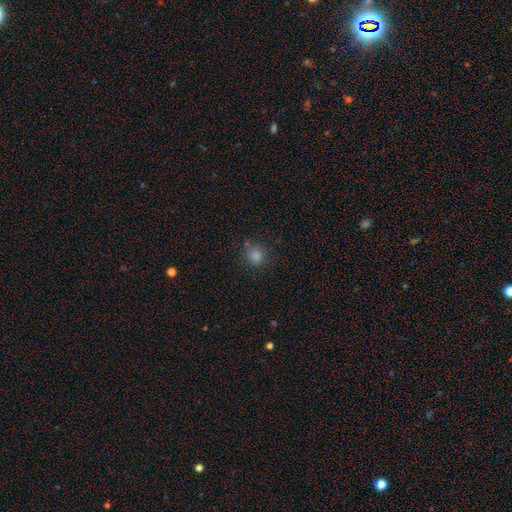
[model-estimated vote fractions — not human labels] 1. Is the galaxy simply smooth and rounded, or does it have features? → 78% smooth, 18% star or artifact, 5% featured or disk.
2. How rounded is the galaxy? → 91% round, 8% in between, 1% cigar-shaped.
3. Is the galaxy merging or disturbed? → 82% none, 11% minor disturbance, 4% merger, 3% major disturbance.